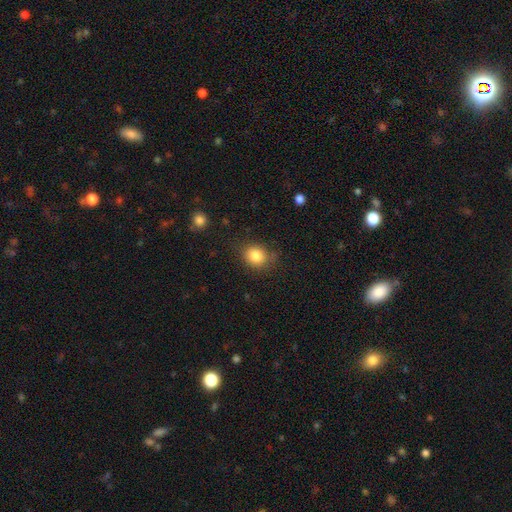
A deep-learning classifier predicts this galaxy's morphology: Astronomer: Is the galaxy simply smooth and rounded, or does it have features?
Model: smooth — 84%.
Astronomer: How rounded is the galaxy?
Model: round — 66%.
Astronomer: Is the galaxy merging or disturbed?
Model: none — 78%.